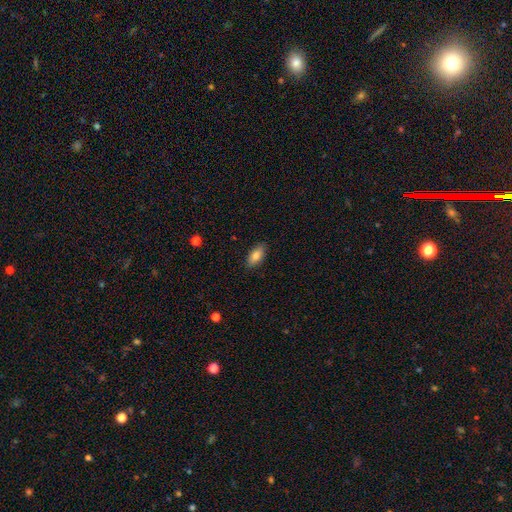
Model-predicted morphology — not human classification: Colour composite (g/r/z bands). It shows a smooth galaxy with no disk features (82%) that is in between round and cigar-shaped (88%). Merging: none (88%).